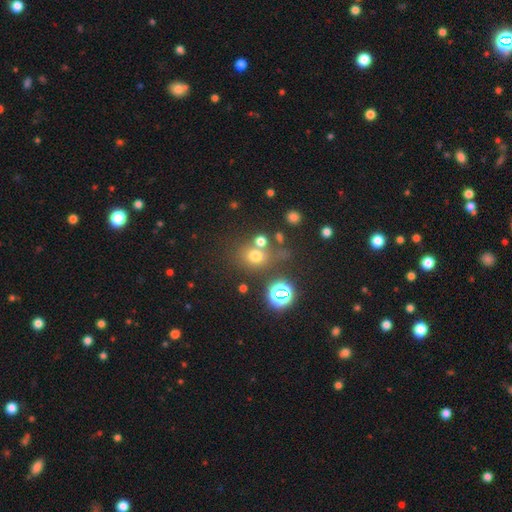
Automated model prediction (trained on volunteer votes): A smooth galaxy with no disk features (66%) that is round (75%).

Vote fractions:
- Smooth or featured? smooth: 66% / star or artifact: 24% / featured or disk: 10%
- How rounded? round: 75% / in between: 24% / cigar-shaped: 1%
- Merging? none: 58% / merger: 22% / minor disturbance: 12% / major disturbance: 7%